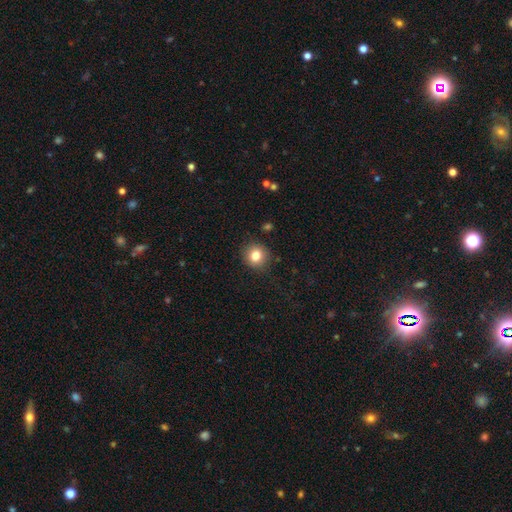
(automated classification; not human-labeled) Smooth or featured?
  - smooth: 82% *
  - star or artifact: 10%
  - featured or disk: 7%
How rounded?
  - round: 87% *
  - in between: 12%
  - cigar-shaped: 1%
Merging?
  - none: 88% *
  - minor disturbance: 9%
  - major disturbance: 2%
  - merger: 1%